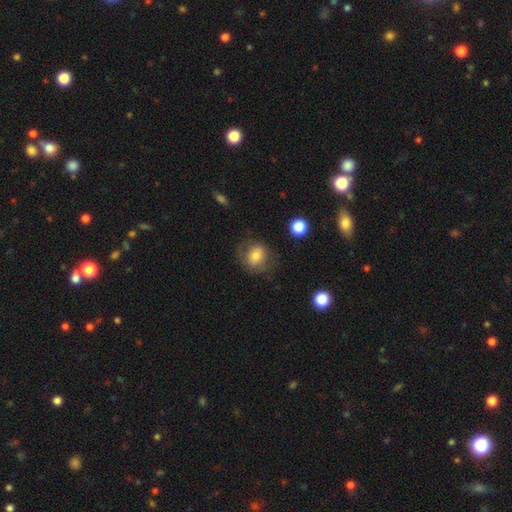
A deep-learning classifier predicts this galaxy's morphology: Smooth or featured: smooth — 71% (featured or disk — 19%)
How rounded: round — 72% (in between — 27%)
Merging: none — 69% (minor disturbance — 18%)